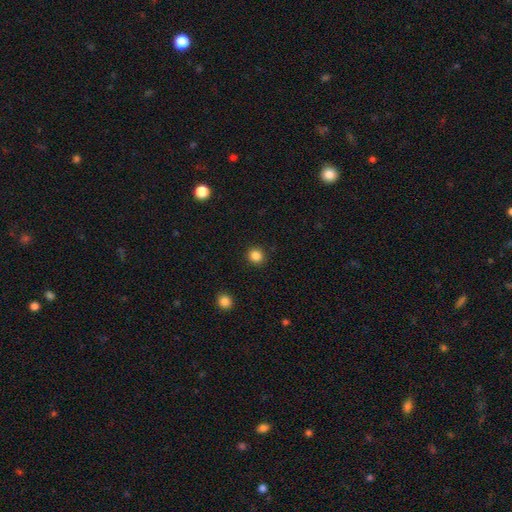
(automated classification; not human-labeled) Smooth or featured: smooth — 86% (star or artifact — 11%)
How rounded: round — 93% (in between — 6%)
Merging: none — 92% (minor disturbance — 5%)